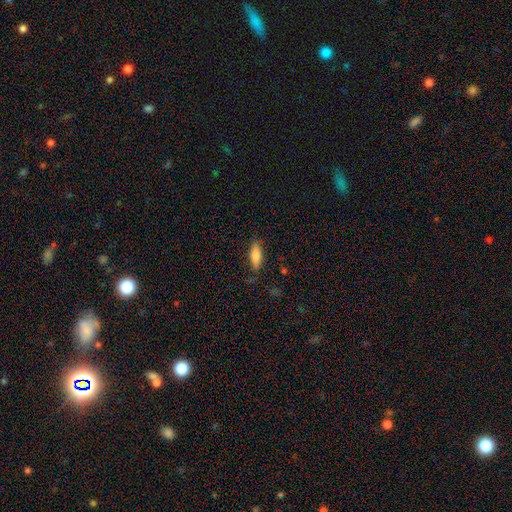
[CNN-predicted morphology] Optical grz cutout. It shows a smooth galaxy with no disk features (78%) that is in between round and cigar-shaped (66%). Merging: none (74%).